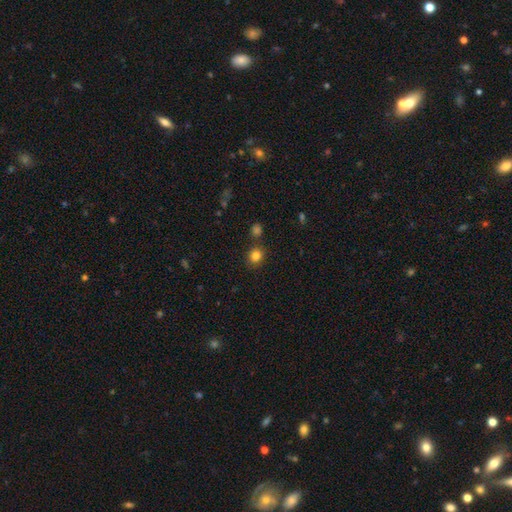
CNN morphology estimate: type=smooth (83%); roundness=round (76%); merging=none (83%).